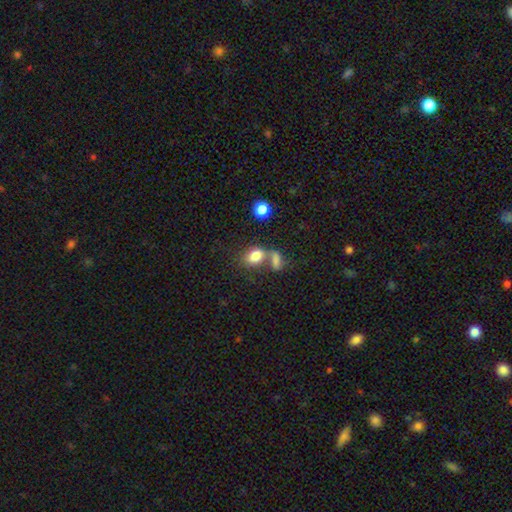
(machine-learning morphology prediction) The model was most divided on "merging": merger: 44%, none: 36%, minor disturbance: 11%, major disturbance: 8%. More confident: smooth or featured — smooth (80%); how rounded — in between (72%).